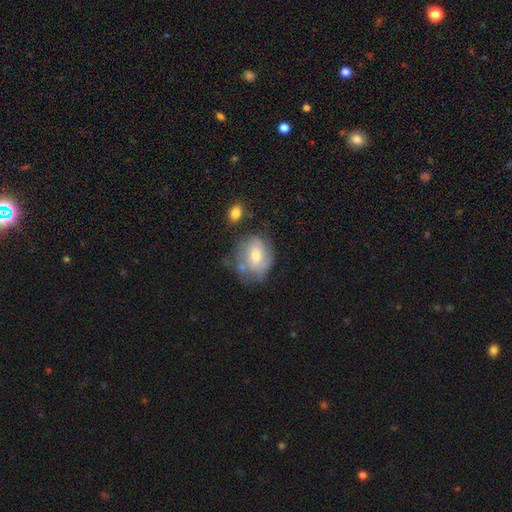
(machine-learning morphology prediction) Smooth or featured? featured or disk (49%)
Merging? none (49%)